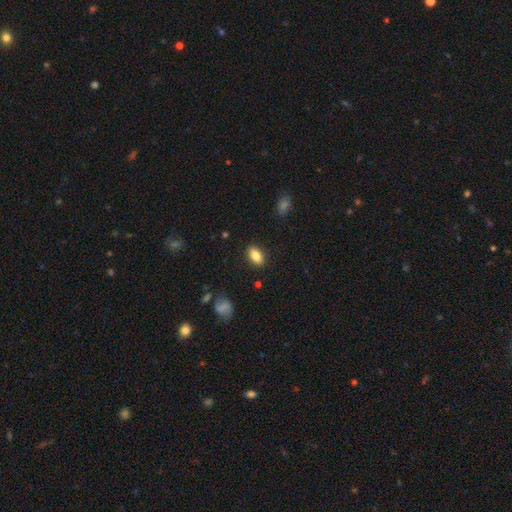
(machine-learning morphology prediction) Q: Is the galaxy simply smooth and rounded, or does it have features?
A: smooth — 81%.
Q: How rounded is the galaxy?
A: in between — 87%.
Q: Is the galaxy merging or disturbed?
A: none — 87%.